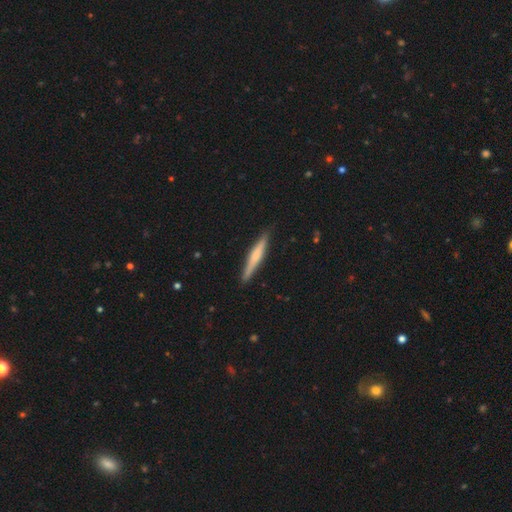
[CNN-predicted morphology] Smooth or featured?
  - featured or disk: 48% *
  - smooth: 47%
  - star or artifact: 6%
Merging?
  - none: 89% *
  - minor disturbance: 8%
  - major disturbance: 2%
  - merger: 1%